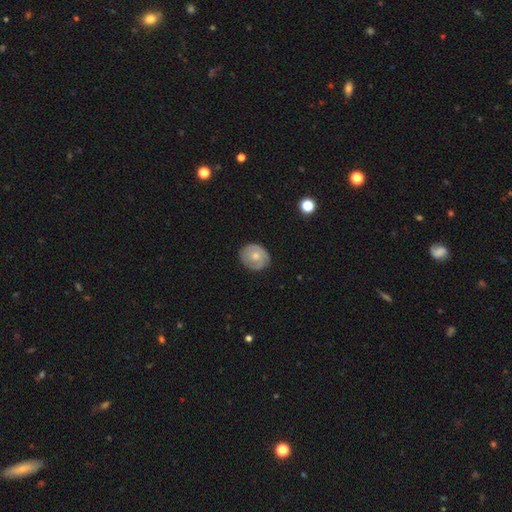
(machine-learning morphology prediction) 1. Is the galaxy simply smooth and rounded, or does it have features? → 57% featured or disk, 37% smooth, 6% star or artifact.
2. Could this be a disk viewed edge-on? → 97% no, 3% yes.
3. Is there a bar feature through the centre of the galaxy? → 81% no, 16% weak, 3% strong.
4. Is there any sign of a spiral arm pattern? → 74% yes, 26% no.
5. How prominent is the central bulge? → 56% moderate, 39% small, 2% large, 2% none, 1% dominant.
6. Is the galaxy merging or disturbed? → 80% none, 15% minor disturbance, 3% major disturbance, 1% merger.